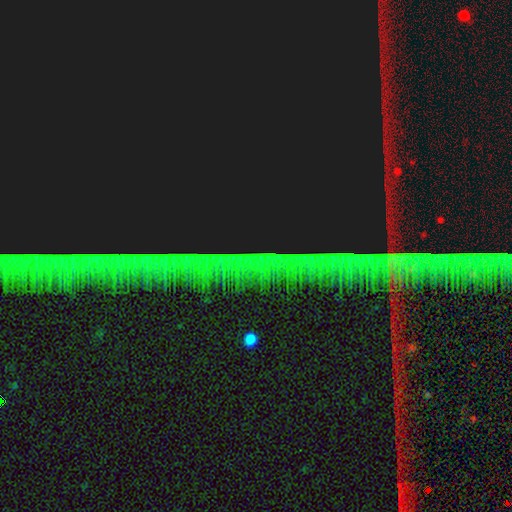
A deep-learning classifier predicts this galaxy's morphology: A star or artifact, not a galaxy (87%).